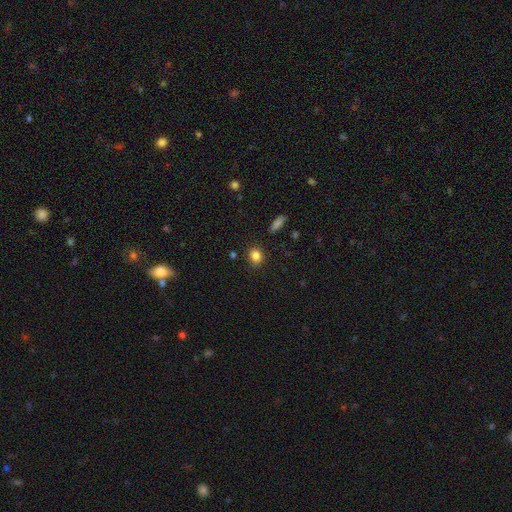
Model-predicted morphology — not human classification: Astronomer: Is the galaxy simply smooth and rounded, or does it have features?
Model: smooth — 84%.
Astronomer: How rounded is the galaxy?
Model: round — 60% (runner-up: in between, 39%).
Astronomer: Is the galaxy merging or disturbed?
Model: none — 85%.